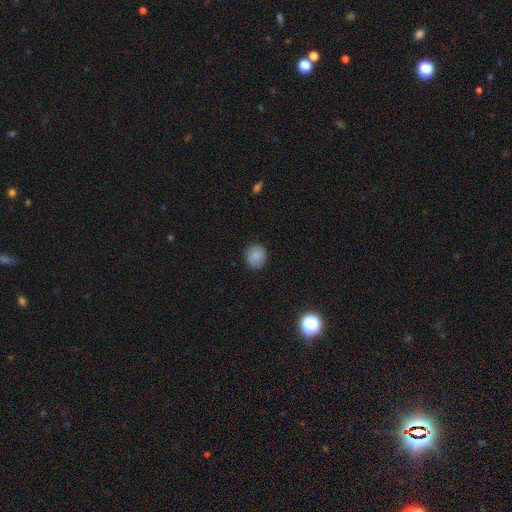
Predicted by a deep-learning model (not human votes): Overall: smooth (85%). How rounded: round (86%). Merging: none (87%).